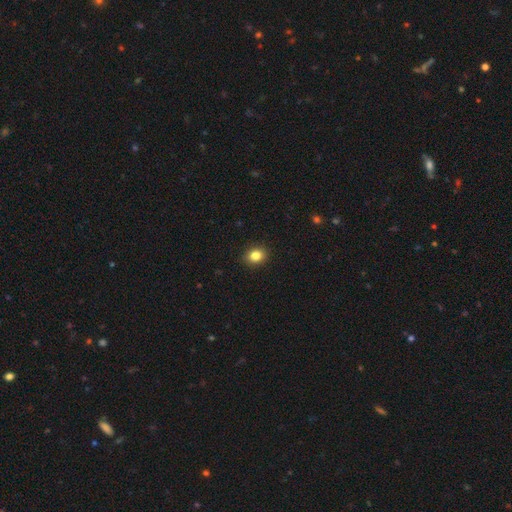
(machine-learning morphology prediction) A smooth galaxy with no disk features (84%) that is round (51%).

Vote fractions:
- Smooth or featured? smooth: 84% / star or artifact: 11% / featured or disk: 6%
- How rounded? round: 51% / in between: 48% / cigar-shaped: 1%
- Merging? none: 90% / minor disturbance: 7% / major disturbance: 2% / merger: 1%